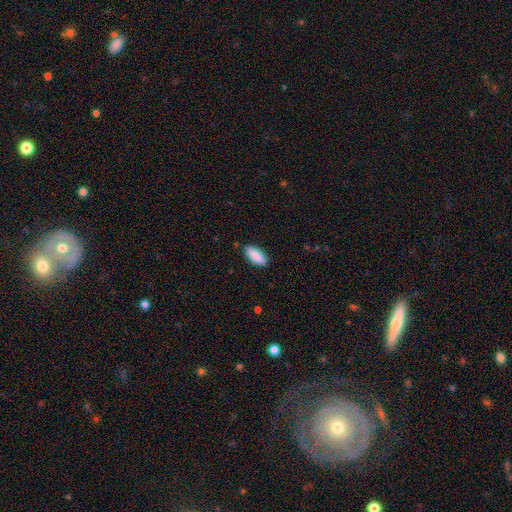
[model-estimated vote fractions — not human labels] Smooth or featured?
  - smooth: 88% *
  - featured or disk: 6%
  - star or artifact: 6%
How rounded?
  - in between: 84% *
  - cigar-shaped: 14%
  - round: 2%
Merging?
  - none: 86% *
  - minor disturbance: 11%
  - major disturbance: 2%
  - merger: 1%